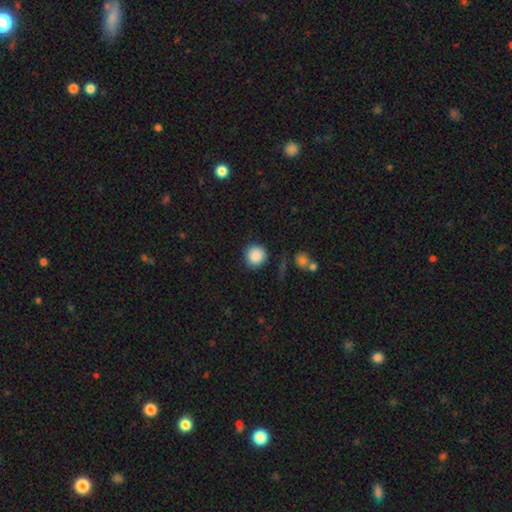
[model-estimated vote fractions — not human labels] Overall: smooth (87%). How rounded: round (92%). Merging: none (83%).